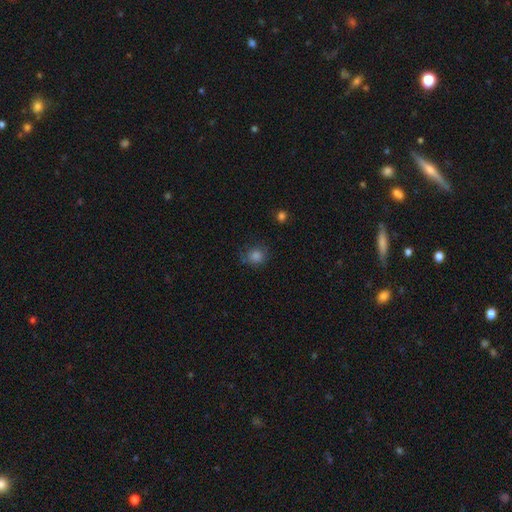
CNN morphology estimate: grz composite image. It shows a smooth galaxy with no disk features (76%) that is round (80%). Merging: none (71%).